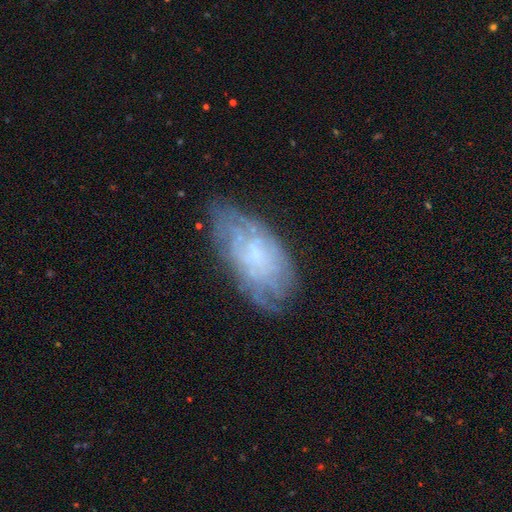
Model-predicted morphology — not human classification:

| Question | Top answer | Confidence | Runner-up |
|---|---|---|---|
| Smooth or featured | featured or disk | 62% | smooth (29%) |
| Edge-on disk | no | 92% | yes (8%) |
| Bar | no | 71% | weak (24%) |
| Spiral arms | yes | 65% | no (35%) |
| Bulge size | small | 54% | none (24%) |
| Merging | none | 67% | minor disturbance (22%) |